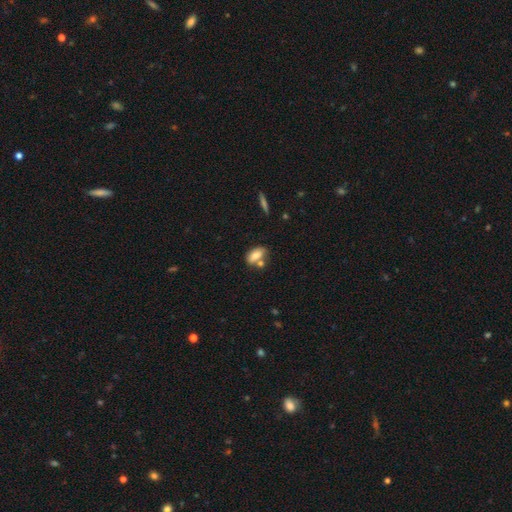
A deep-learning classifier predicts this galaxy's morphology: The model was most divided on "merging": none: 54%, merger: 27%, minor disturbance: 15%, major disturbance: 4%. More confident: how rounded — in between (87%); smooth or featured — smooth (78%).